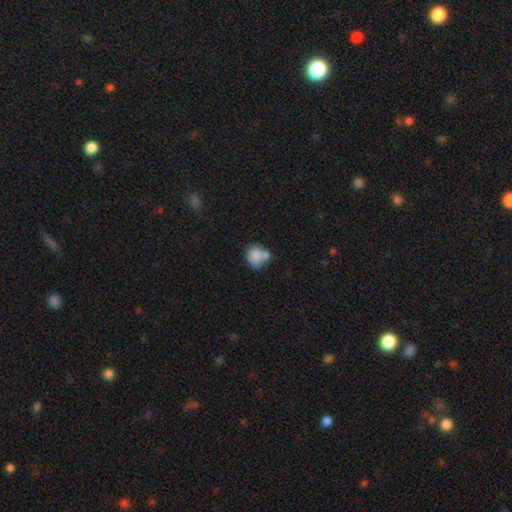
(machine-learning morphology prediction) smooth 82%, star or artifact 9%, featured or disk 9%. Down the decision tree: how rounded — round (77%); merging — none (47%).